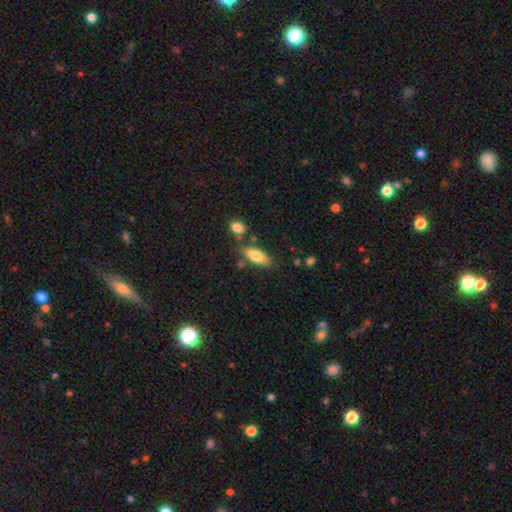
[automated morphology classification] Overall: smooth (75%). How rounded: in between (70%). Merging: none (72%).